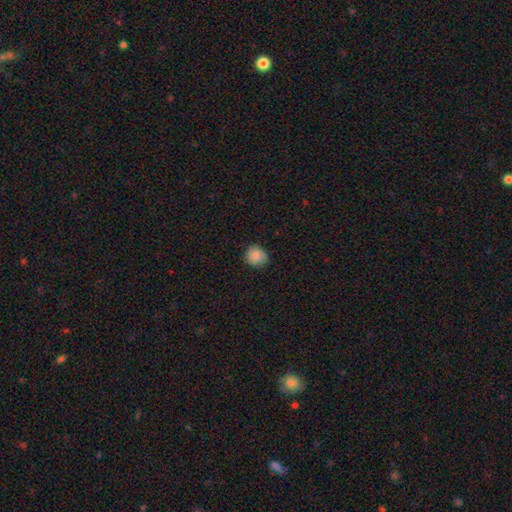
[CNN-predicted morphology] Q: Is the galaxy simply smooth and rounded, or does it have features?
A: smooth — 83%.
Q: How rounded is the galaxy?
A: round — 85%.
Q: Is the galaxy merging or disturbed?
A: none — 76%.